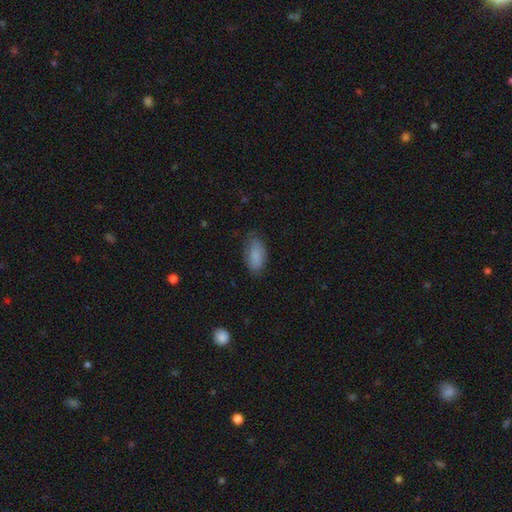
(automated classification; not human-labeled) Smooth or featured? Predicted: smooth (p=0.85). How rounded? Predicted: in between (p=0.92). Merging? Predicted: none (p=0.75).